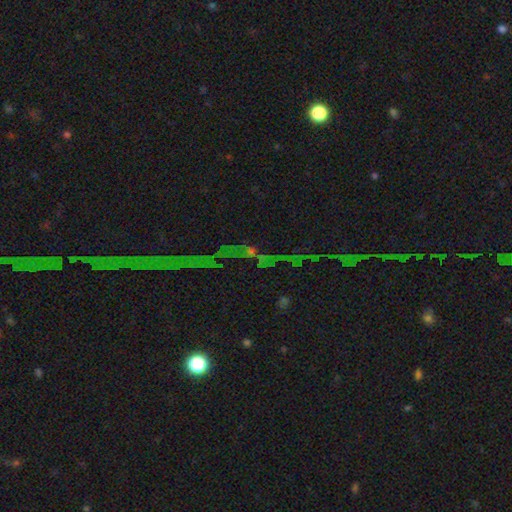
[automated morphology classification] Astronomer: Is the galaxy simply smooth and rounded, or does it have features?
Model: star or artifact — 79%.